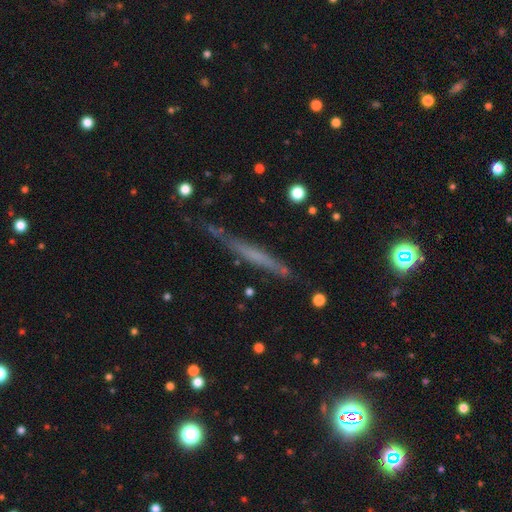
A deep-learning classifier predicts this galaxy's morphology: Overall: featured or disk (52%; smooth 39%). Edge-on disk: yes (93%). Merging: none (71%).